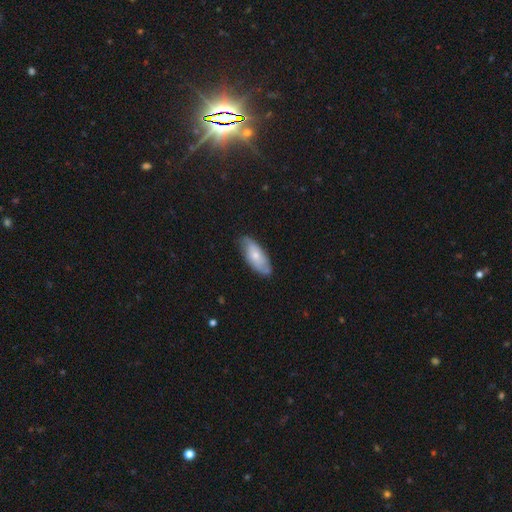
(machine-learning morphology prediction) type=smooth (55%); roundness=in between (82%); merging=none (74%).